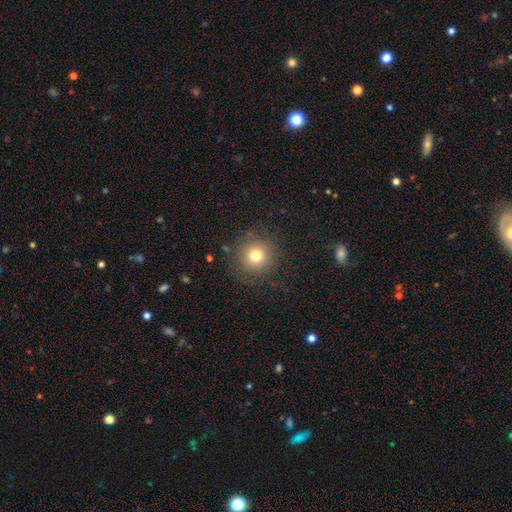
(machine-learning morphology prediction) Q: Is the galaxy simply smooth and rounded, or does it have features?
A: smooth — 75%.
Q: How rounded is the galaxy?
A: round — 94%.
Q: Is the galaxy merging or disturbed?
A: none — 85%.